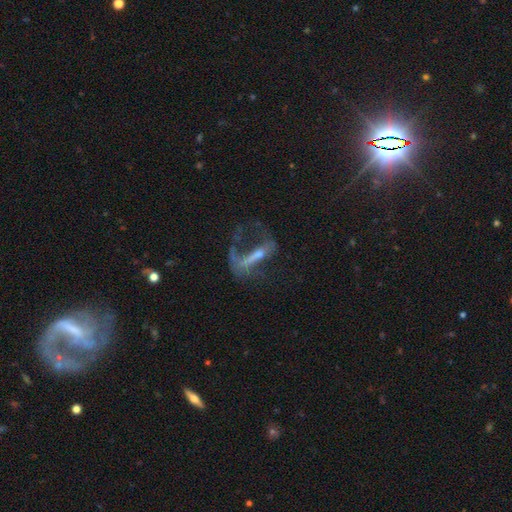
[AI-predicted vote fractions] Smooth or featured?
  - featured or disk: 67% *
  - smooth: 19%
  - star or artifact: 14%
Edge-on disk?
  - no: 78% *
  - yes: 22%
Bar?
  - strong: 40% *
  - no: 36%
  - weak: 24%
Spiral arms?
  - yes: 50% * (tied)
  - no: 50% * (tied)
Bulge size?
  - small: 48% *
  - none: 27%
  - moderate: 20%
  - large: 3%
  - dominant: 2%
Merging?
  - major disturbance: 53% *
  - none: 29%
  - minor disturbance: 13%
  - merger: 5%